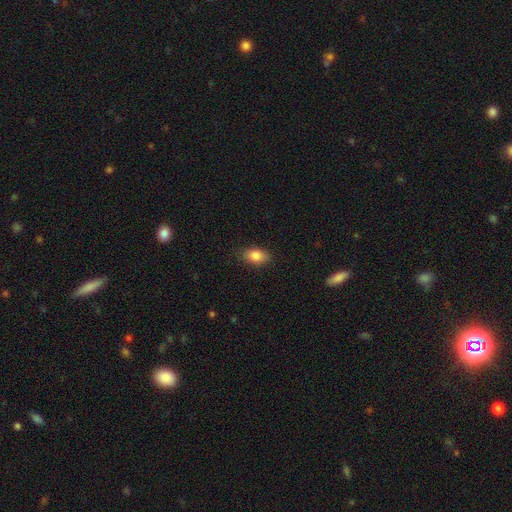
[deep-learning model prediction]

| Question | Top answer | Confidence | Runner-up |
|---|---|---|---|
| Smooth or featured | smooth | 85% | star or artifact (8%) |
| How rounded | in between | 88% | round (9%) |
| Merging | none | 85% | minor disturbance (11%) |